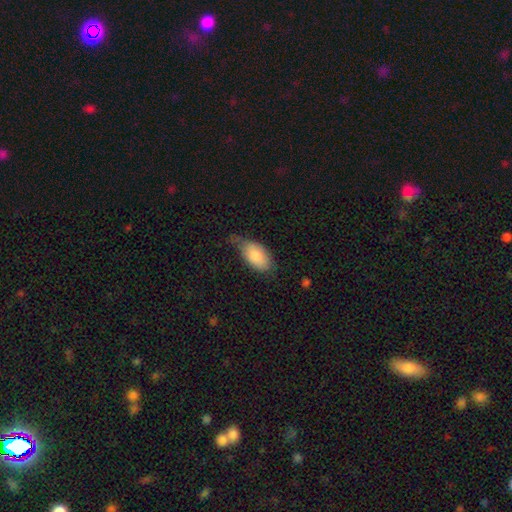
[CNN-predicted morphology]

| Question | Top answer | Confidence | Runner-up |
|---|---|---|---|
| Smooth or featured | smooth | 82% | featured or disk (12%) |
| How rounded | in between | 94% | round (4%) |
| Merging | minor disturbance | 44% | none (37%) |